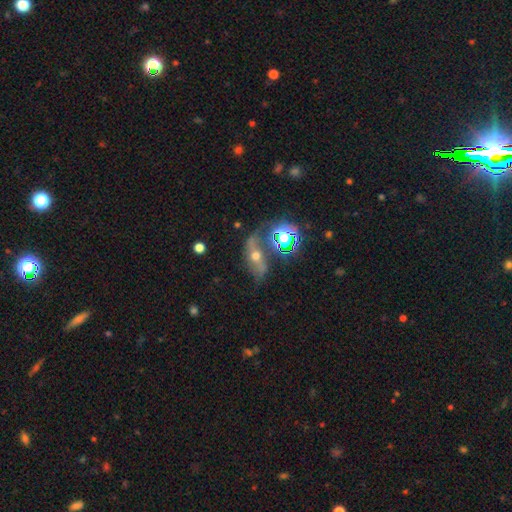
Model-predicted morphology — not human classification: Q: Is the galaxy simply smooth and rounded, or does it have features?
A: featured or disk — 49%.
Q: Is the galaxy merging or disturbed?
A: none — 55%.